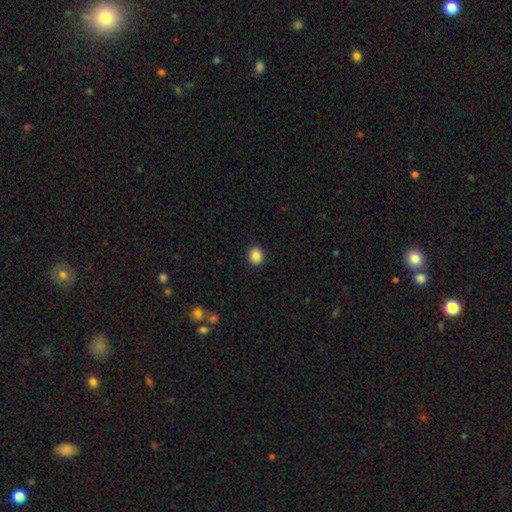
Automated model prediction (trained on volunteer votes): Overall: smooth (86%). How rounded: round (79%). Merging: none (91%).